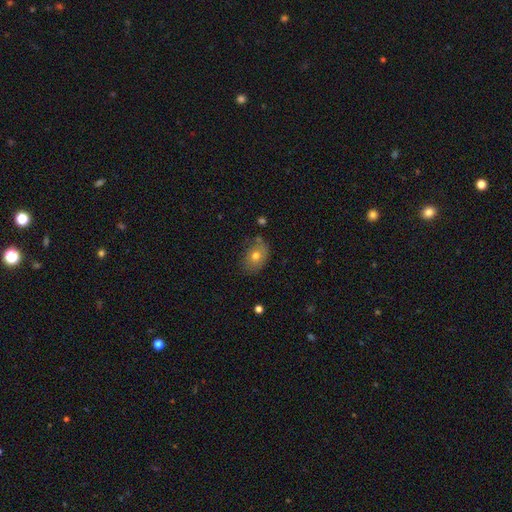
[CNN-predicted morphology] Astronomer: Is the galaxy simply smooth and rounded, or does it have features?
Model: smooth — 66%.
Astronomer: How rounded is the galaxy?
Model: in between — 66%.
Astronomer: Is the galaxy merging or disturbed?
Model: none — 63%.